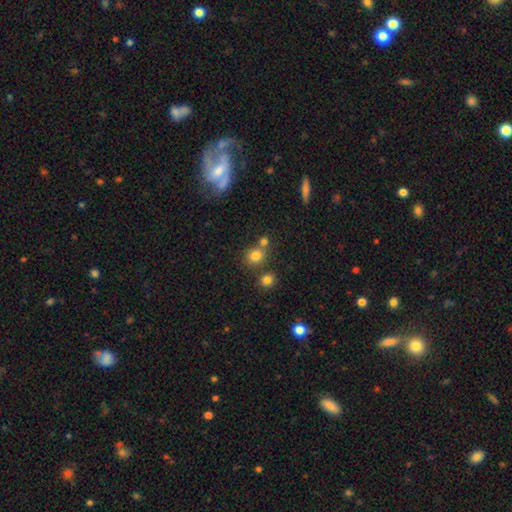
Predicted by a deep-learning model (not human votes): Smooth or featured?
  - smooth: 78% *
  - star or artifact: 14%
  - featured or disk: 8%
How rounded?
  - round: 71% *
  - in between: 28%
  - cigar-shaped: 1%
Merging?
  - none: 60% *
  - merger: 27%
  - minor disturbance: 10%
  - major disturbance: 4%